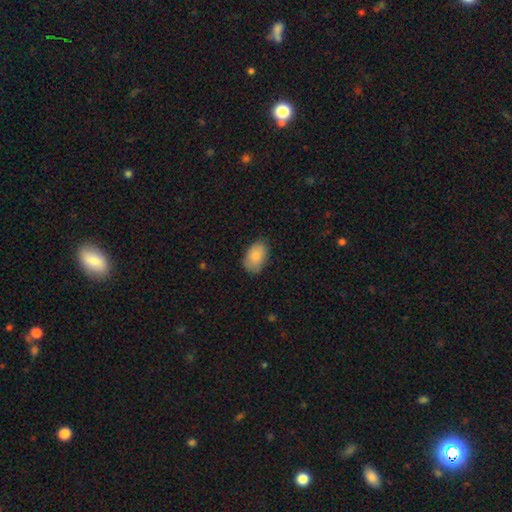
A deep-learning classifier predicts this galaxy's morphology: The model was most divided on "merging": none: 77%, minor disturbance: 18%, major disturbance: 3%, merger: 1%. More confident: how rounded — in between (89%); smooth or featured — smooth (86%).